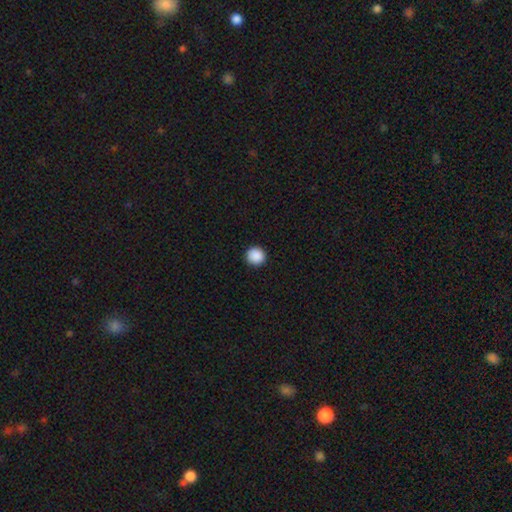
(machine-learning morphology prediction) smooth 90%, star or artifact 8%, featured or disk 2%. Down the decision tree: how rounded — round (94%); merging — none (93%).